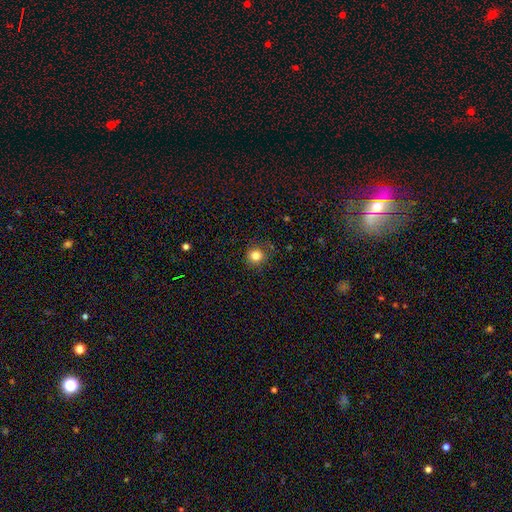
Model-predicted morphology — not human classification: Q: Smooth or featured?
A: smooth (83%); runner-up: star or artifact (12%)
Q: How rounded?
A: round (92%); runner-up: in between (7%)
Q: Merging?
A: none (86%); runner-up: minor disturbance (10%)